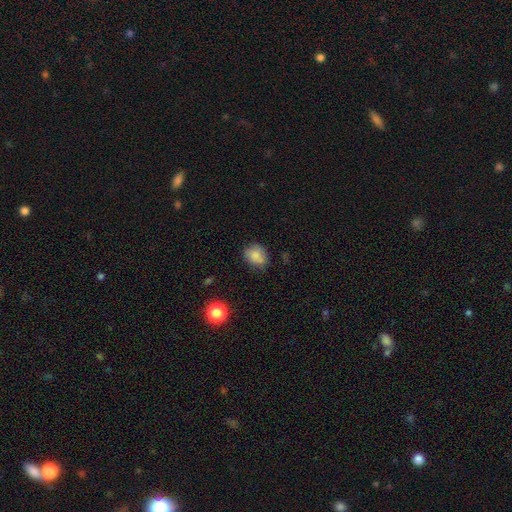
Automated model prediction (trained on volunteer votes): Smooth or featured?
  - smooth: 80% *
  - star or artifact: 10%
  - featured or disk: 10%
How rounded?
  - round: 57% *
  - in between: 42%
  - cigar-shaped: 1%
Merging?
  - none: 66% *
  - minor disturbance: 24%
  - major disturbance: 6%
  - merger: 4%